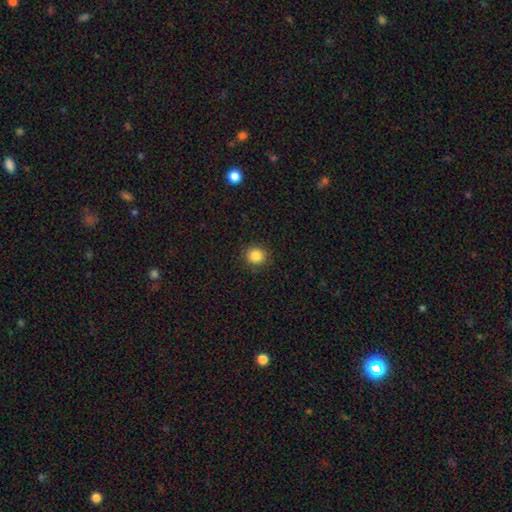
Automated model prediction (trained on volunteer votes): This is clearly a smooth galaxy (85%). How rounded: clearly round (90%). Merging: clearly none (91%).